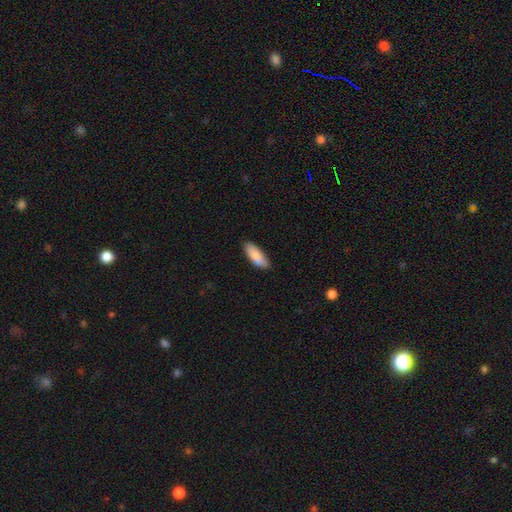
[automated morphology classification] Overall: smooth (88%). How rounded: in between (71%). Merging: none (84%).